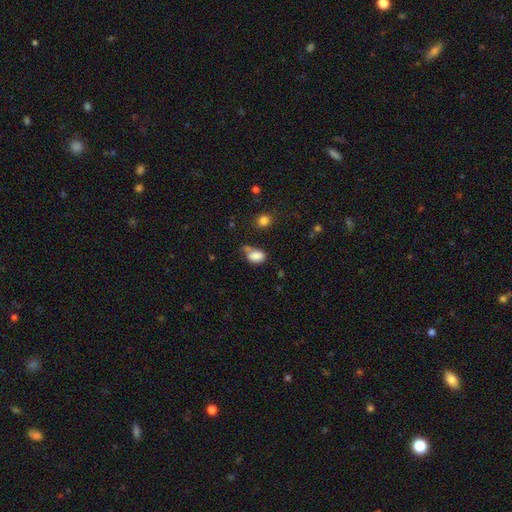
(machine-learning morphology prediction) smooth 83%, star or artifact 10%, featured or disk 7%. Down the decision tree: how rounded — in between (83%); merging — none (43%).